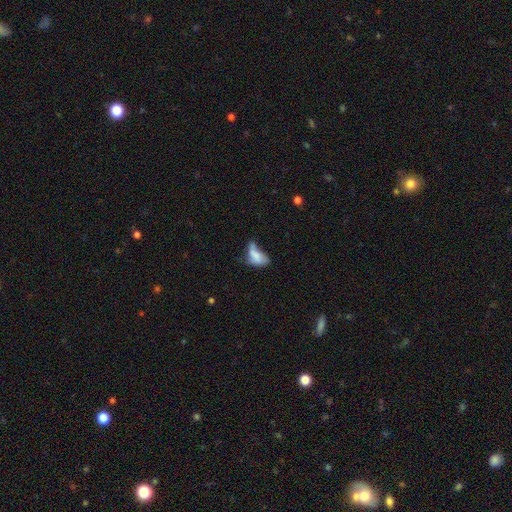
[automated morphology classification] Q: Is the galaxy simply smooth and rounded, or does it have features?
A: smooth — 68%.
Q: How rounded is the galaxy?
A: in between — 89%.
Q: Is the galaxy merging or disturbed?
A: major disturbance — 28%.